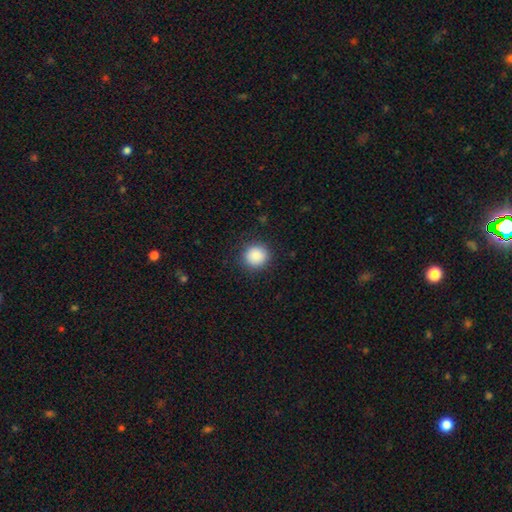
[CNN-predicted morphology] type=smooth (89%); roundness=round (92%); merging=none (90%).